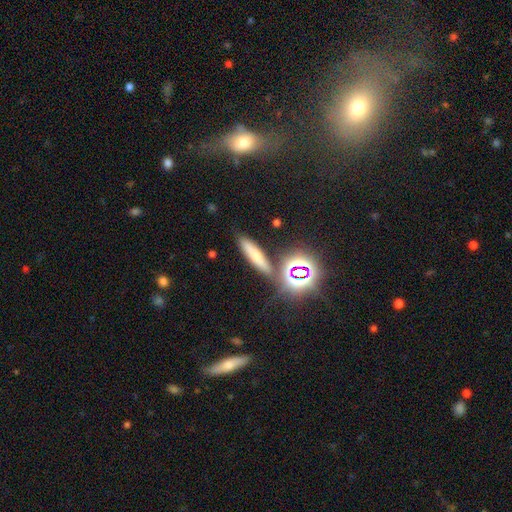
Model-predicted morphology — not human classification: smooth-or-featured: smooth: 59% | star or artifact: 23% | featured or disk: 17%
  how-rounded: cigar-shaped: 69% | in between: 20% | round: 11%
  merging: none: 81% | minor disturbance: 9% | merger: 7% | major disturbance: 3%